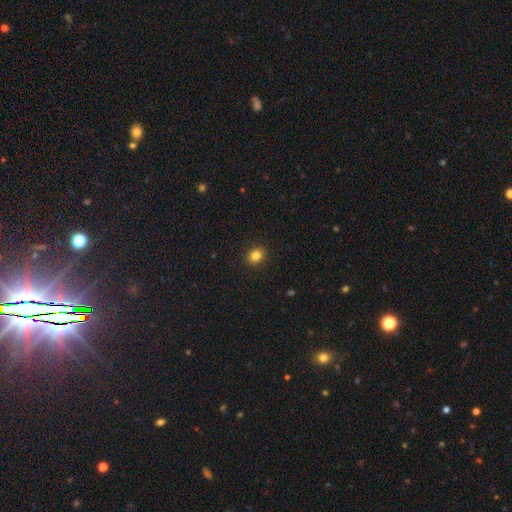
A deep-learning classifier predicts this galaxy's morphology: Smooth or featured? smooth (83%)
How rounded? round (67%)
Merging? none (91%)